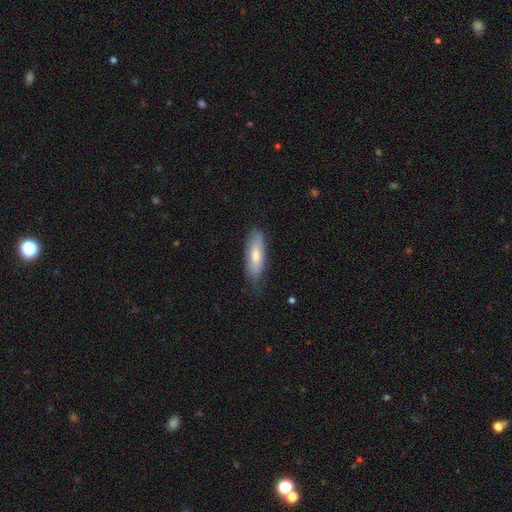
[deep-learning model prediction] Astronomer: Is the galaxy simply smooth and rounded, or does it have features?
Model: smooth — 72%.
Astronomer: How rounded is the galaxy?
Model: in between — 60% (runner-up: cigar-shaped, 39%).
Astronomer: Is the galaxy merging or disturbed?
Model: none — 69%.